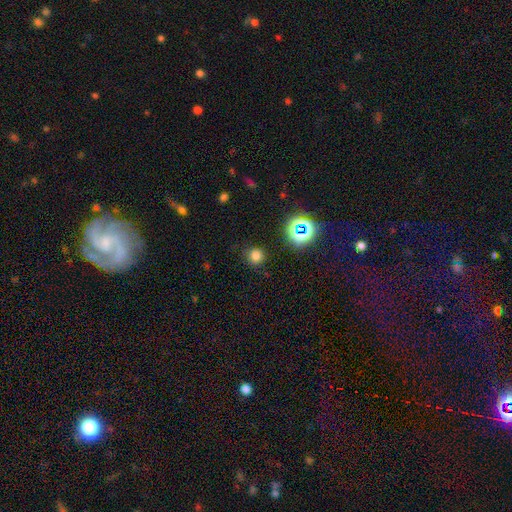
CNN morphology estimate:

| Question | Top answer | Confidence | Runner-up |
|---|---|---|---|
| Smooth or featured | smooth | 74% | star or artifact (20%) |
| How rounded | round | 92% | in between (7%) |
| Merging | none | 87% | minor disturbance (8%) |